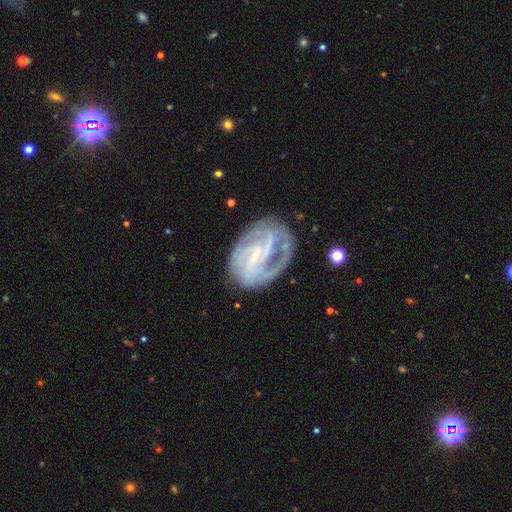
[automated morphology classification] This appears to be a featured or disk galaxy (81%) with a weak bar (43%), 2 (35%) tight (44%) spiral arms (90%) and a small central bulge (69%). Merging: none (60%).